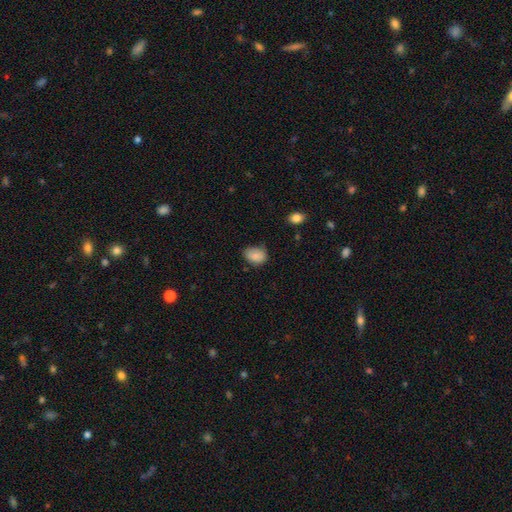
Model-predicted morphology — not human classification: The model was most divided on "merging": none: 62%, minor disturbance: 31%, major disturbance: 6%, merger: 2%. More confident: smooth or featured — smooth (86%); how rounded — in between (69%).